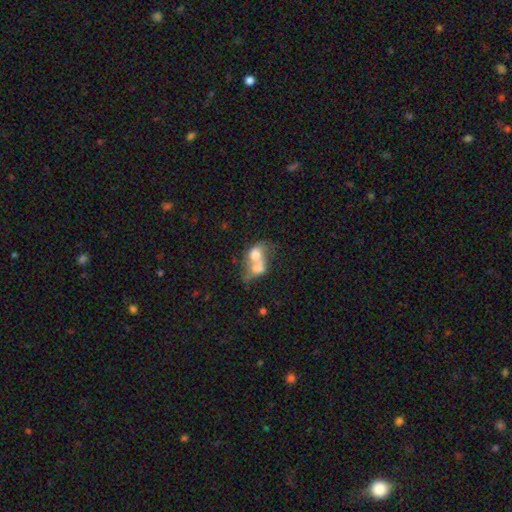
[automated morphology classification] This is possibly a smooth galaxy (59%). How rounded: likely in between (63%). Merging: likely merger (75%).